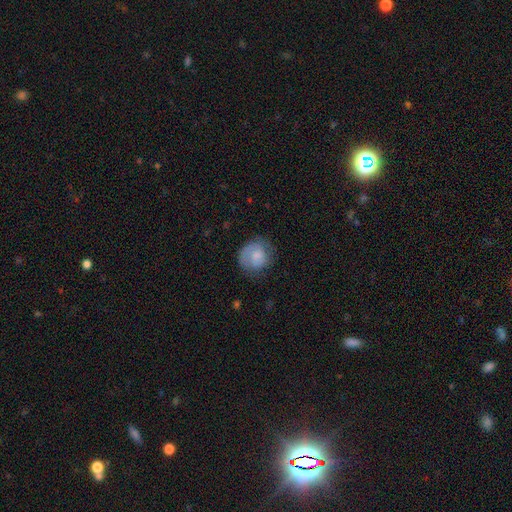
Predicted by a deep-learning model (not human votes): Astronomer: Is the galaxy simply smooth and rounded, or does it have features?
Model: smooth — 69%.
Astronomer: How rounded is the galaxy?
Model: round — 81%.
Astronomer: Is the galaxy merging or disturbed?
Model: none — 64%.